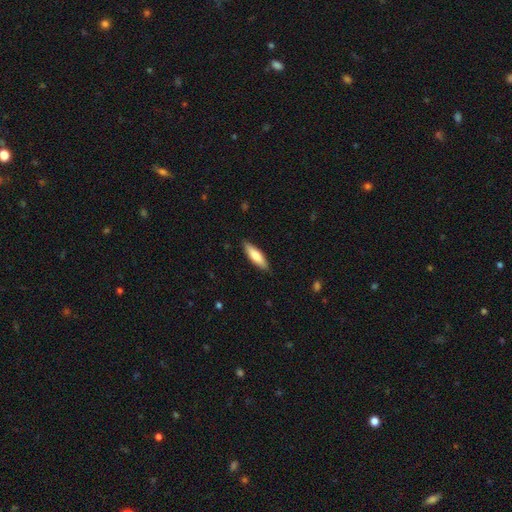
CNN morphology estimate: The model was most divided on "how rounded": cigar-shaped: 60%, in between: 39%, round: 2%. More confident: merging — none (88%); smooth or featured — smooth (74%).